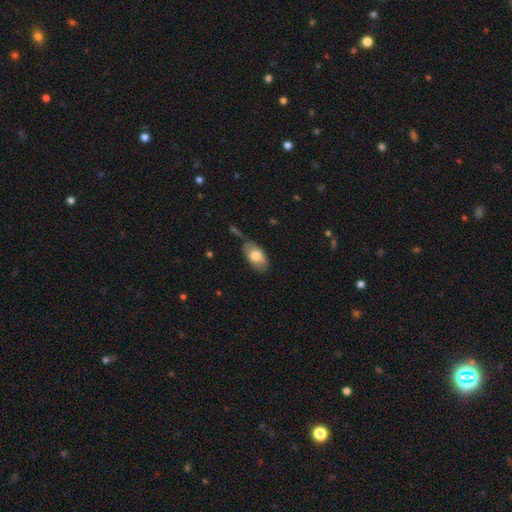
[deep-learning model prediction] A smooth galaxy with no disk features (75%) that is in between round and cigar-shaped (92%). Merging: none (54%).